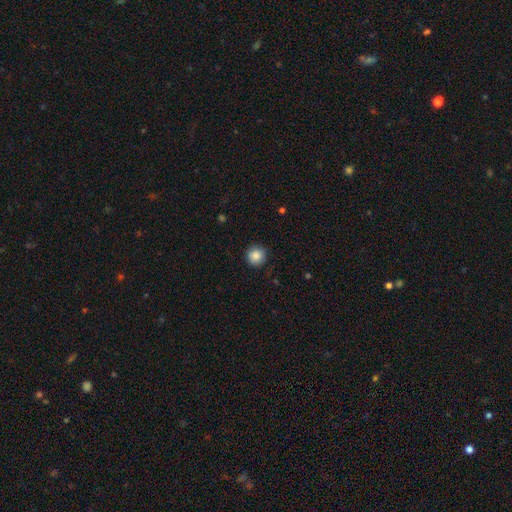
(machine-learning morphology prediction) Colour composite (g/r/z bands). It shows a smooth galaxy with no disk features (86%) that is round (94%). Merging: none (89%).